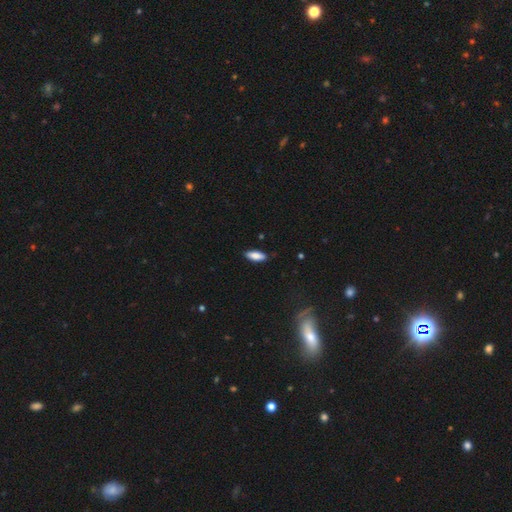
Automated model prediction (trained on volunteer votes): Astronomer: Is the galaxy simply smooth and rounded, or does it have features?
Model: smooth — 80%.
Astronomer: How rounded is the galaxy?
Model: in between — 69%.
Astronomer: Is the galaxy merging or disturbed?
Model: none — 87%.